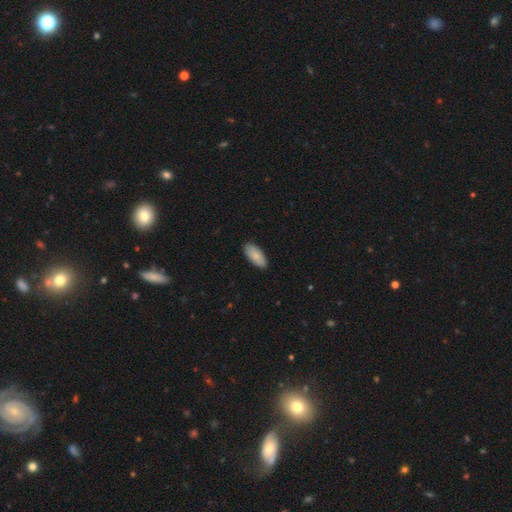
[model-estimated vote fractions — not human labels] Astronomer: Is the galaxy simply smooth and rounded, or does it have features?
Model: smooth — 86%.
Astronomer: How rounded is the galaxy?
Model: in between — 90%.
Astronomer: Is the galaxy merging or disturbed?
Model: none — 88%.